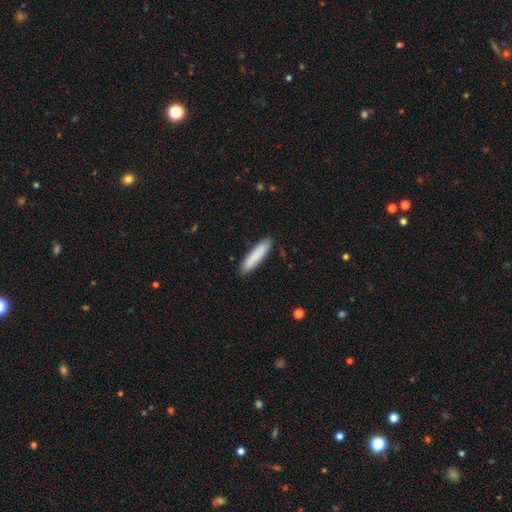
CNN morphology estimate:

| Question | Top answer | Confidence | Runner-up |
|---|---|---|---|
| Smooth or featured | smooth | 87% | featured or disk (8%) |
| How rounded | cigar-shaped | 83% | in between (16%) |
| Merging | none | 89% | minor disturbance (8%) |